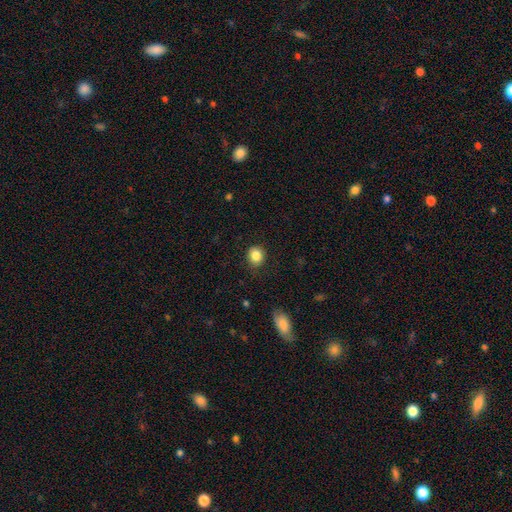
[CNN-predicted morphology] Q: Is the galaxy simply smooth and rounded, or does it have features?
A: smooth — 85%.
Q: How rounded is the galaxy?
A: round — 76%.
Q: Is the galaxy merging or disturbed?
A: none — 85%.